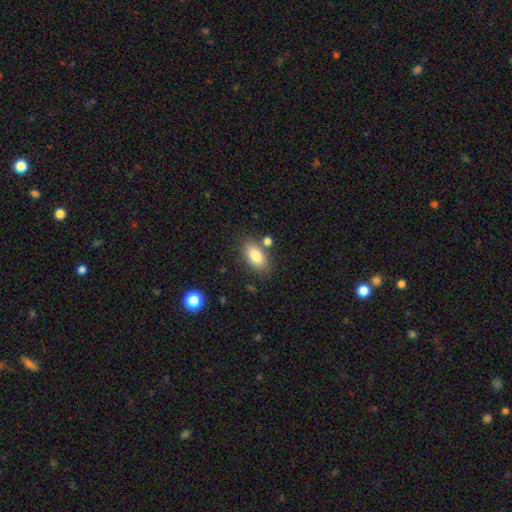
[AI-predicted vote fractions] This is clearly a smooth galaxy (82%). How rounded: clearly in between (90%). Merging: likely none (74%).